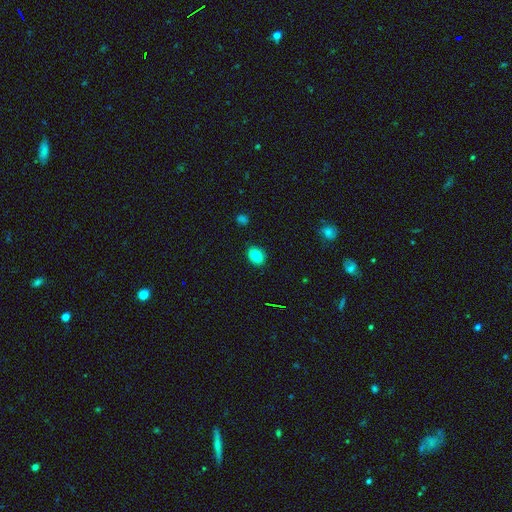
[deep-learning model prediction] Morphology: type=smooth (82%); roundness=in between (61%); merging=none (87%).